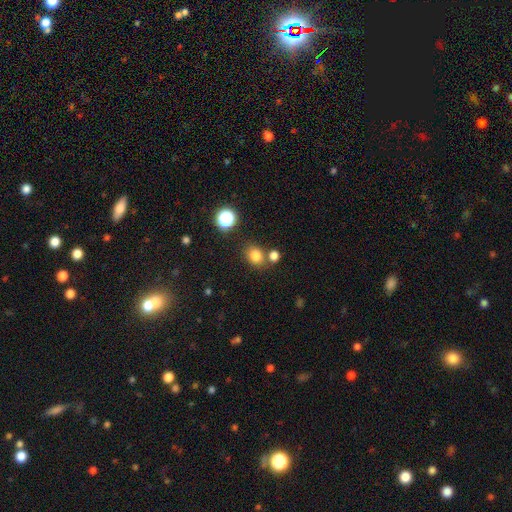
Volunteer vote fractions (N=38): Overall: smooth (89%). How rounded: round (65%; in between 35%). Merging: none (67%).